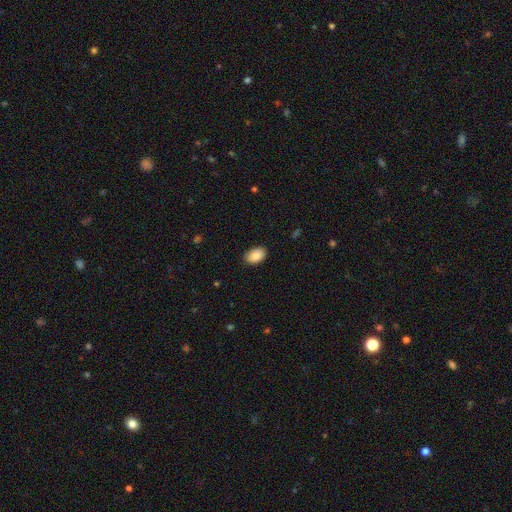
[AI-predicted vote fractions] Smooth or featured? Predicted: smooth (p=0.89). How rounded? Predicted: in between (p=0.91). Merging? Predicted: none (p=0.87).